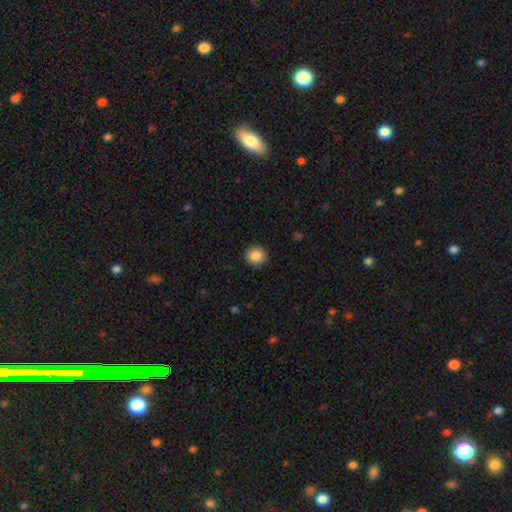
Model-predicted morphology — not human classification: The model was most divided on "how rounded": round: 89%, in between: 10%, cigar-shaped: 1%. More confident: merging — none (91%); smooth or featured — smooth (87%).